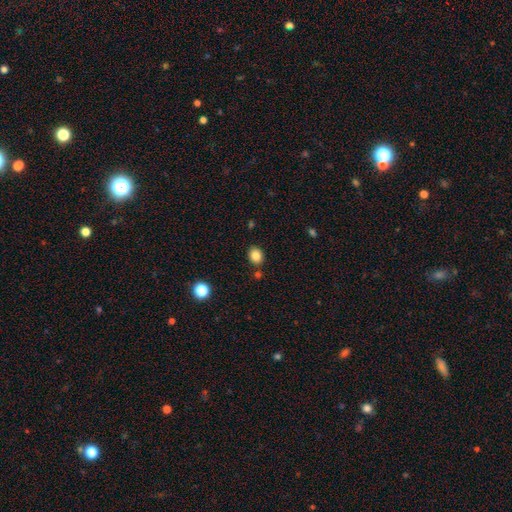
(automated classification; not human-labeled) smooth-or-featured: smooth: 84% | star or artifact: 11% | featured or disk: 6%
  how-rounded: round: 62% | in between: 37% | cigar-shaped: 1%
  merging: none: 83% | minor disturbance: 9% | merger: 5% | major disturbance: 2%